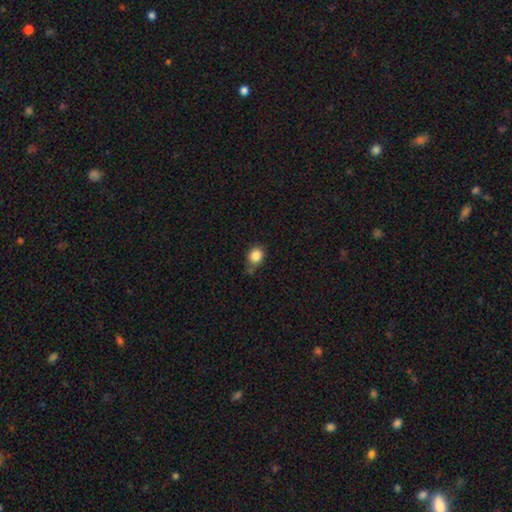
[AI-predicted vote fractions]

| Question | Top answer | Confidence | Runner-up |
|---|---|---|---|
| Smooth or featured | smooth | 84% | star or artifact (10%) |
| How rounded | round | 70% | in between (29%) |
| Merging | none | 56% | minor disturbance (31%) |